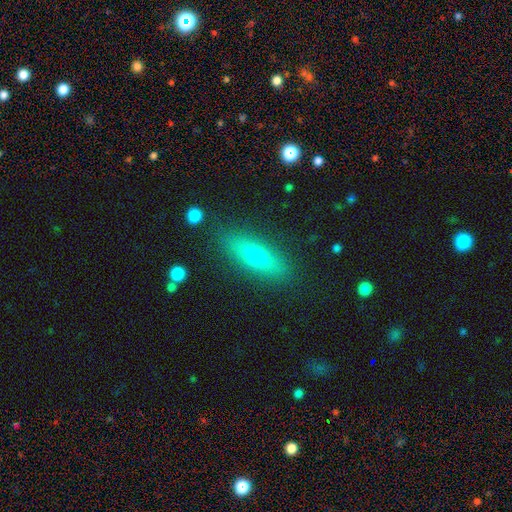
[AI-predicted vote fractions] Smooth or featured? Predicted: smooth (p=0.63). How rounded? Predicted: cigar-shaped (p=0.53). Merging? Predicted: none (p=0.84).